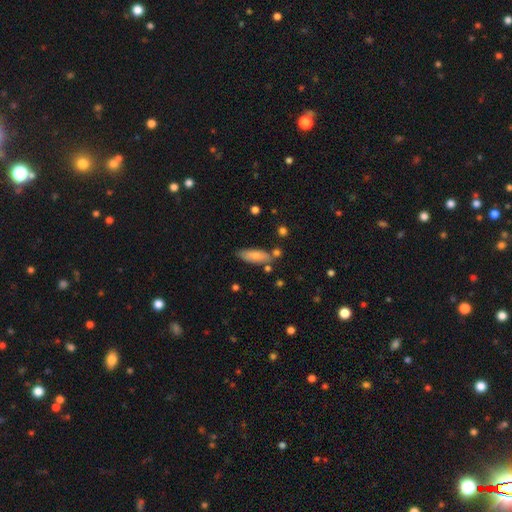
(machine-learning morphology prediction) Smooth or featured: smooth — 78% (featured or disk — 16%)
How rounded: in between — 61% (cigar-shaped — 37%)
Merging: none — 73% (minor disturbance — 17%)